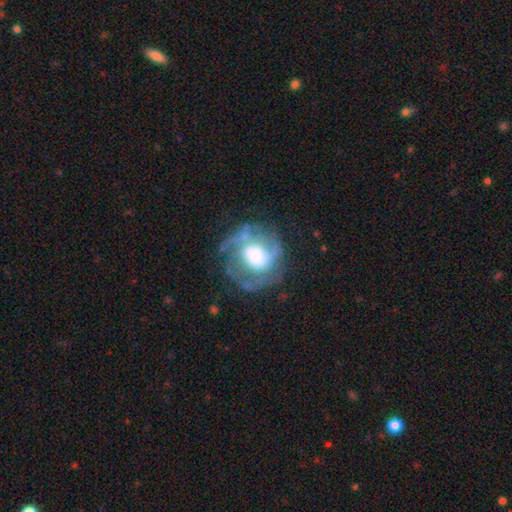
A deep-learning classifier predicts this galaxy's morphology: Q: Smooth or featured?
A: featured or disk (70%); runner-up: smooth (21%)
Q: Edge-on disk?
A: no (97%); runner-up: yes (3%)
Q: Bar?
A: no (72%); runner-up: weak (21%)
Q: Spiral arms?
A: yes (79%); runner-up: no (21%)
Q: Spiral winding?
A: tight (41%); runner-up: medium (40%)
Q: Spiral arm count?
A: 2 (41%); runner-up: can't tell (27%)
Q: Bulge size?
A: large (55%); runner-up: moderate (19%)
Q: Merging?
A: none (58%); runner-up: minor disturbance (19%)